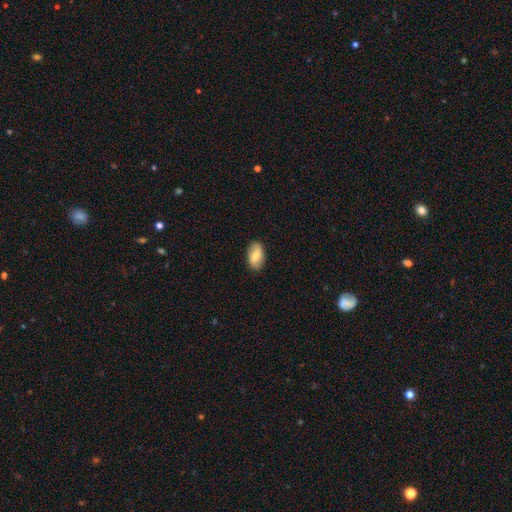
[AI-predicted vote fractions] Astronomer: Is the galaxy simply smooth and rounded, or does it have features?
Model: smooth — 71%.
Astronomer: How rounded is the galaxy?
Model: in between — 93%.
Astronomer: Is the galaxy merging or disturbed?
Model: none — 85%.